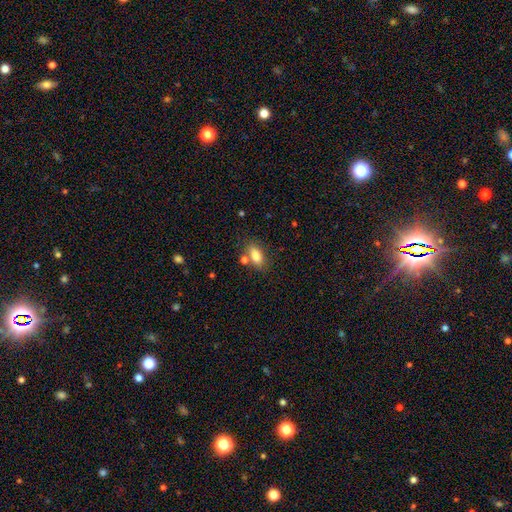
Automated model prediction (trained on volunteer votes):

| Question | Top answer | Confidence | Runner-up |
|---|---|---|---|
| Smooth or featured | smooth | 83% | featured or disk (9%) |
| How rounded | in between | 87% | cigar-shaped (7%) |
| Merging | none | 70% | merger (13%) |